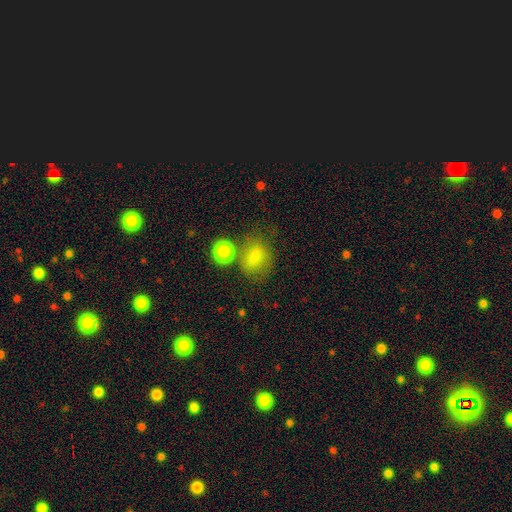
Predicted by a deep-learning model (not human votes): smooth_or_featured: smooth (p=0.66) [alt: star or artifact p=0.22]
how_rounded: in between (p=0.52) [alt: round p=0.46]
merging: none (p=0.63) [alt: minor disturbance p=0.18]